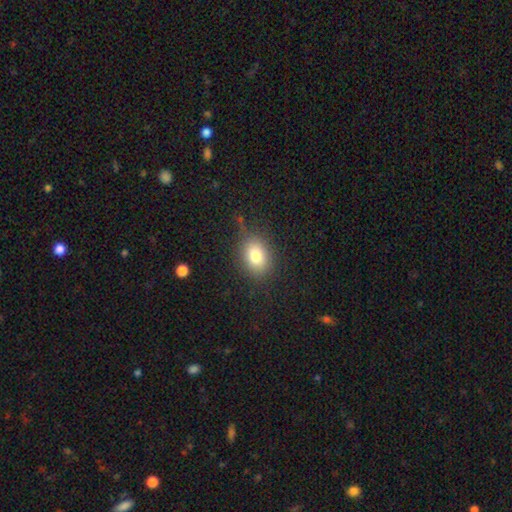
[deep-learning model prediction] Smooth or featured: smooth — 79% (star or artifact — 11%)
How rounded: in between — 65% (round — 34%)
Merging: none — 78% (minor disturbance — 15%)